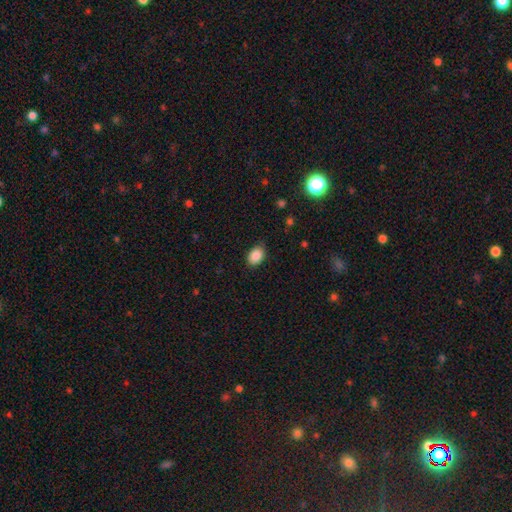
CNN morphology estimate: smooth-or-featured: smooth: 88% | star or artifact: 8% | featured or disk: 4%
  how-rounded: in between: 80% | round: 19% | cigar-shaped: 1%
  merging: none: 83% | minor disturbance: 14% | major disturbance: 3% | merger: 1%